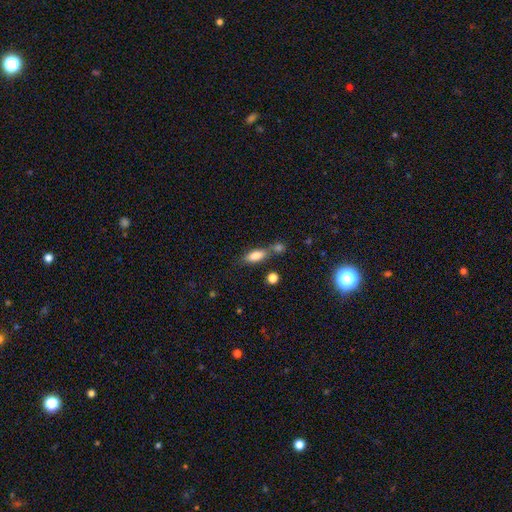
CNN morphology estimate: This is clearly a smooth galaxy (81%). How rounded: likely in between (75%). Merging: possibly none (56%).